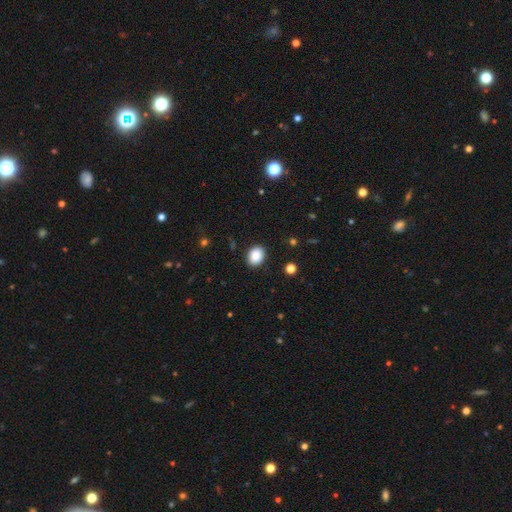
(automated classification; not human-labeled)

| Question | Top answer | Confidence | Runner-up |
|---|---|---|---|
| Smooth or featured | smooth | 89% | star or artifact (8%) |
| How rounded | in between | 61% | round (38%) |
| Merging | none | 89% | minor disturbance (8%) |